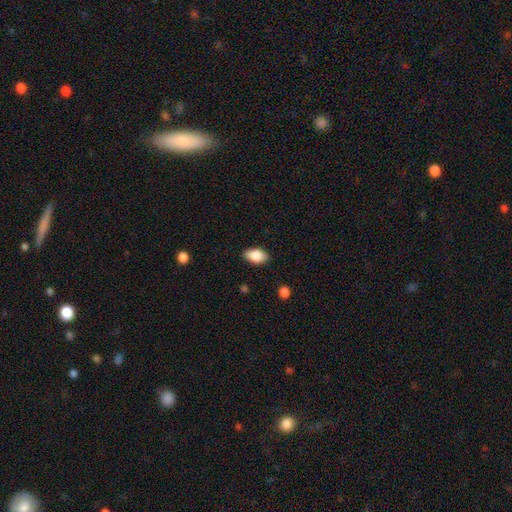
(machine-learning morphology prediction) A smooth galaxy with no disk features (87%) that is in between round and cigar-shaped (92%). Merging: none (86%).